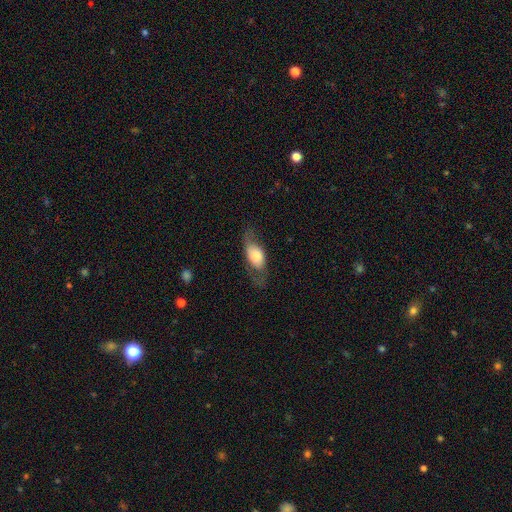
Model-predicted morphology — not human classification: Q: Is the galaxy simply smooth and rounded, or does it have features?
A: smooth — 56%.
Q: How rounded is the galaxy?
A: in between — 81%.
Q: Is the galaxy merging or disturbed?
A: none — 60%.